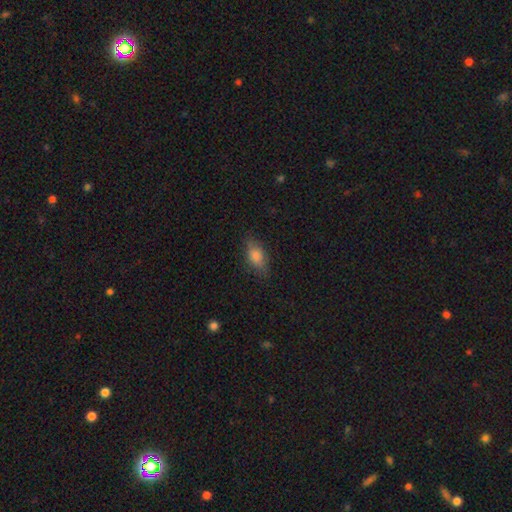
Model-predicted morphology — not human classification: smooth-or-featured: smooth: 76% | featured or disk: 15% | star or artifact: 9%
  how-rounded: in between: 82% | cigar-shaped: 12% | round: 5%
  merging: none: 80% | minor disturbance: 15% | major disturbance: 4% | merger: 1%